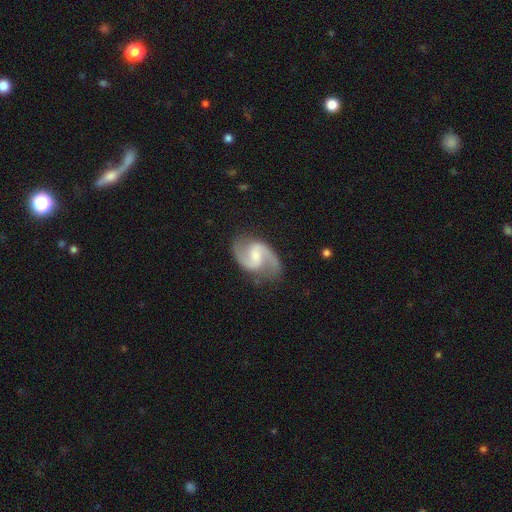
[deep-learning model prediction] The model was most divided on "bulge size": small: 48%, moderate: 39%, none: 9%, large: 4%, dominant: 1%. More confident: edge-on disk — no (98%); spiral arms — yes (98%); spiral arm count — 2 (94%); smooth or featured — featured or disk (90%); merging — none (80%); spiral winding — medium (55%); bar — weak (52%).